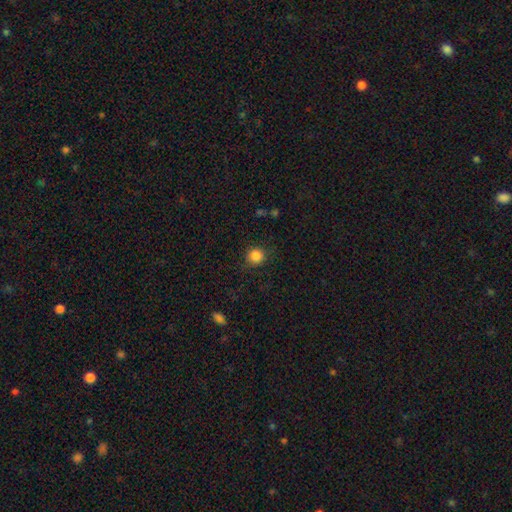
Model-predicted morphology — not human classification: Smooth or featured?
  - smooth: 85% *
  - star or artifact: 11%
  - featured or disk: 4%
How rounded?
  - round: 90% *
  - in between: 9%
  - cigar-shaped: 1%
Merging?
  - none: 85% *
  - minor disturbance: 11%
  - major disturbance: 3%
  - merger: 1%